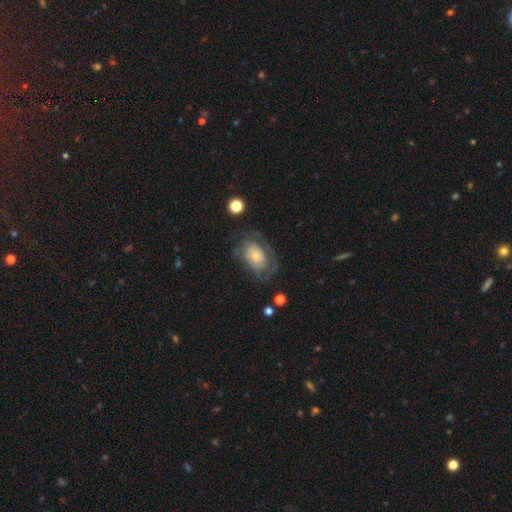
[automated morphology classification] This appears to be a featured or disk galaxy (66%) with no bar (81%), tight (53%) spiral arms (78%) and a small central bulge (56%). Merging: none (56%).